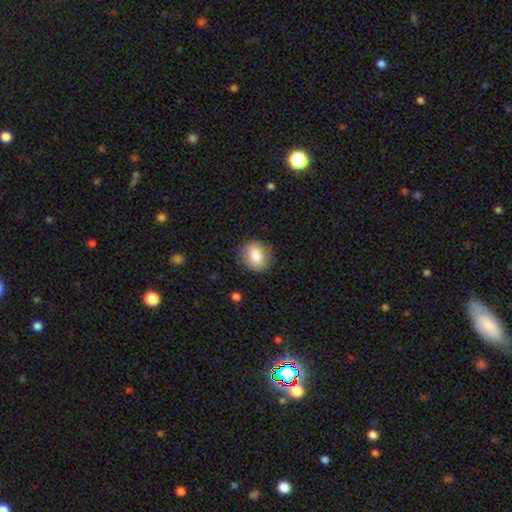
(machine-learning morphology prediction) This is clearly a smooth galaxy (81%). How rounded: likely round (70%). Merging: clearly none (82%).